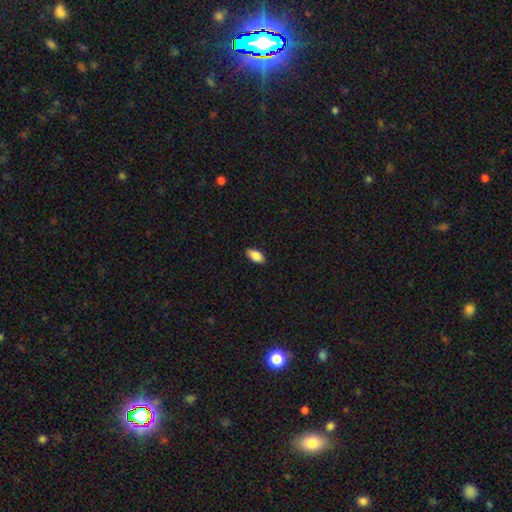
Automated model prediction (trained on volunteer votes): Morphology: type=smooth (87%); roundness=in between (92%); merging=none (88%).